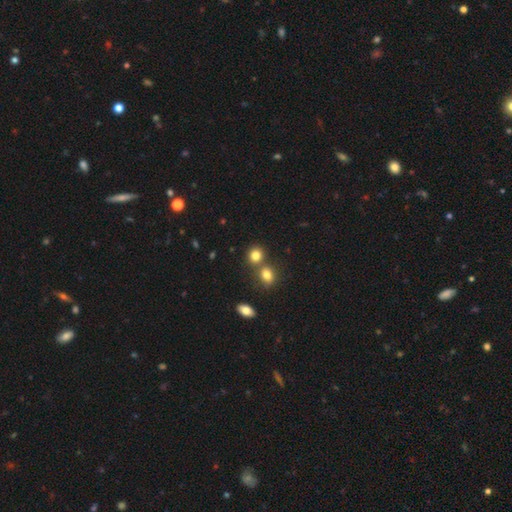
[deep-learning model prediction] Morphology: type=smooth (81%); roundness=round (78%); merging=none (60%).